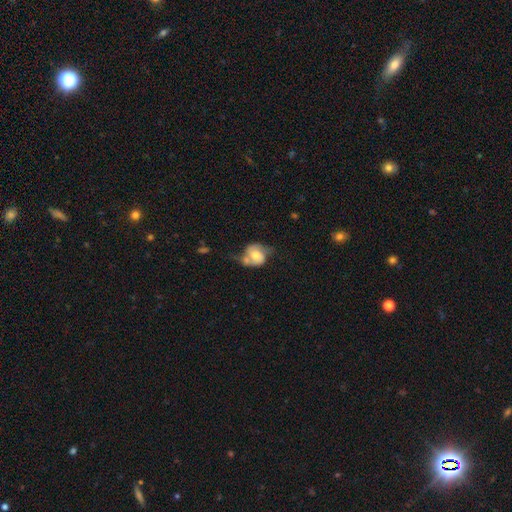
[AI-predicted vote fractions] featured or disk 55%, smooth 38%, star or artifact 8%. Down the decision tree: edge-on disk — no (97%); bar — no (64%); spiral arms — yes (80%); bulge size — moderate (59%); merging — none (38%).